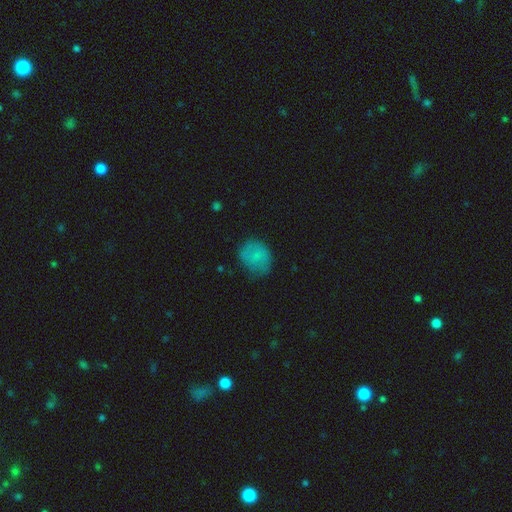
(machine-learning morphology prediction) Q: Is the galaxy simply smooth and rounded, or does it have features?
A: smooth — 73%.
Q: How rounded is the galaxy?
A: round — 59%.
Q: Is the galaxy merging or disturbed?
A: none — 65%.